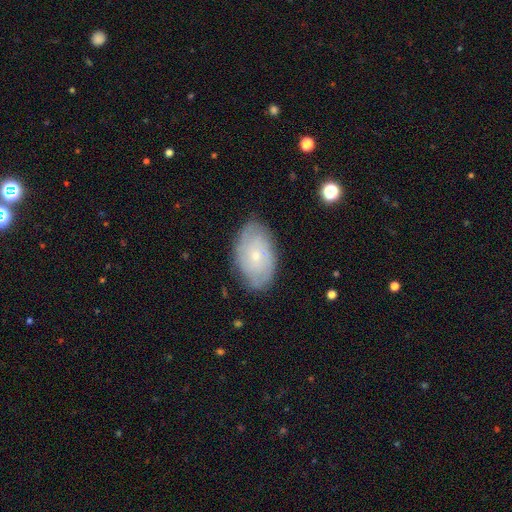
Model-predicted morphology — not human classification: smooth_or_featured: featured or disk (p=0.67) [alt: smooth p=0.26]
disk_edge_on: no (p=0.95) [alt: yes p=0.05]
bar: no (p=0.77) [alt: weak p=0.20]
has_spiral_arms: yes (p=0.87) [alt: no p=0.13]
spiral_winding: tight (p=0.67) [alt: medium p=0.26]
spiral_arm_count: can't tell (p=0.47) [alt: 2 p=0.24]
bulge_size: small (p=0.77) [alt: moderate p=0.19]
merging: none (p=0.81) [alt: minor disturbance p=0.15]